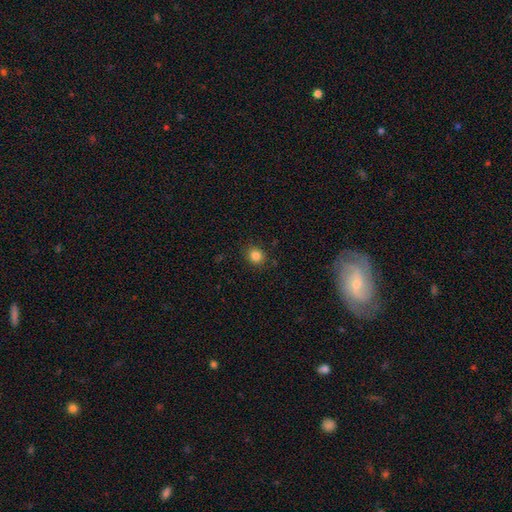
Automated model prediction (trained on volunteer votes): Q: Smooth or featured?
A: smooth (84%); runner-up: star or artifact (12%)
Q: How rounded?
A: round (82%); runner-up: in between (17%)
Q: Merging?
A: none (88%); runner-up: minor disturbance (8%)